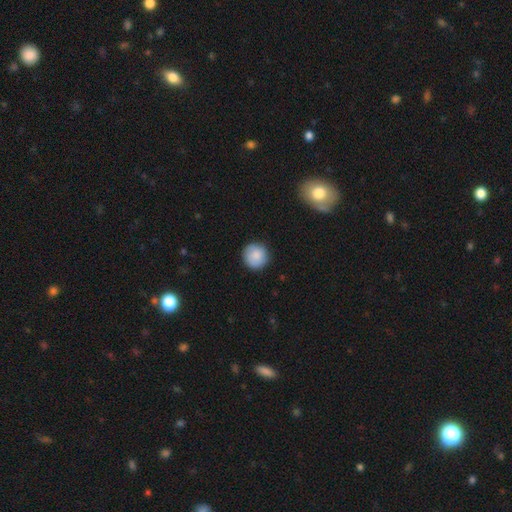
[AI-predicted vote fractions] This is clearly a smooth galaxy (86%). How rounded: clearly round (95%). Merging: clearly none (90%).